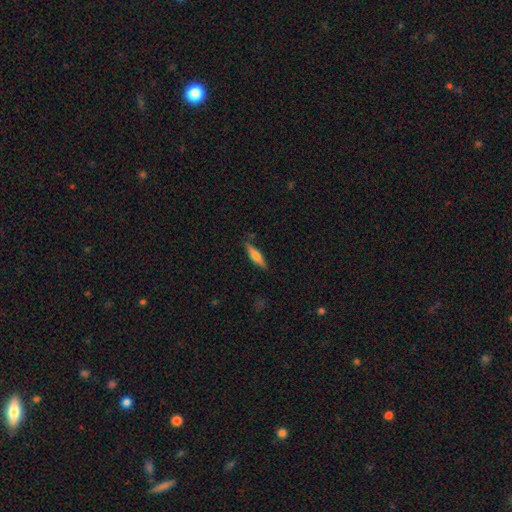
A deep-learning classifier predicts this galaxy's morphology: Q: Smooth or featured?
A: smooth (60%); runner-up: featured or disk (33%)
Q: How rounded?
A: cigar-shaped (77%); runner-up: in between (21%)
Q: Merging?
A: none (84%); runner-up: minor disturbance (12%)